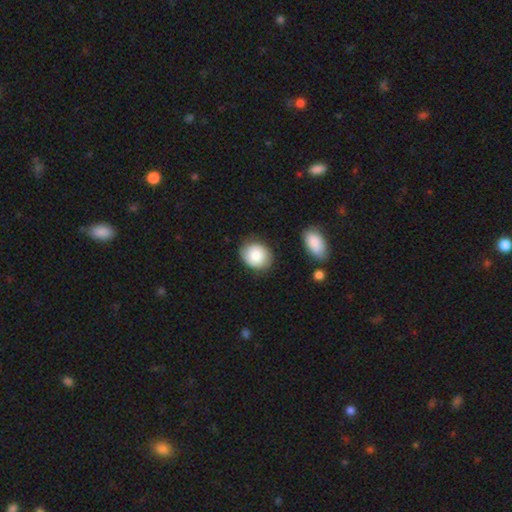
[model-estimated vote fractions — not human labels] Morphology: type=smooth (81%); roundness=round (64%); merging=none (78%).